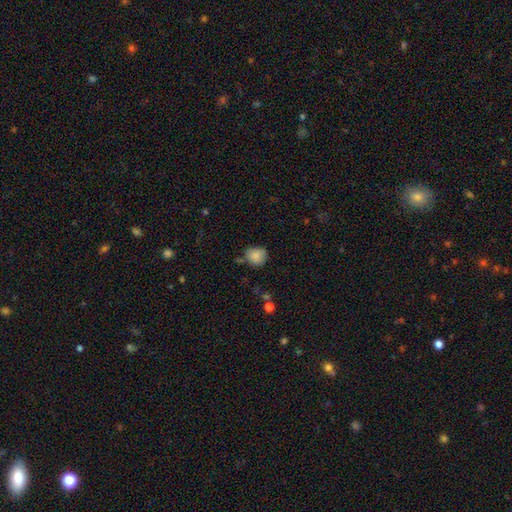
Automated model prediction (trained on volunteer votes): smooth 86%, star or artifact 9%, featured or disk 5%. Down the decision tree: how rounded — round (86%); merging — none (69%).